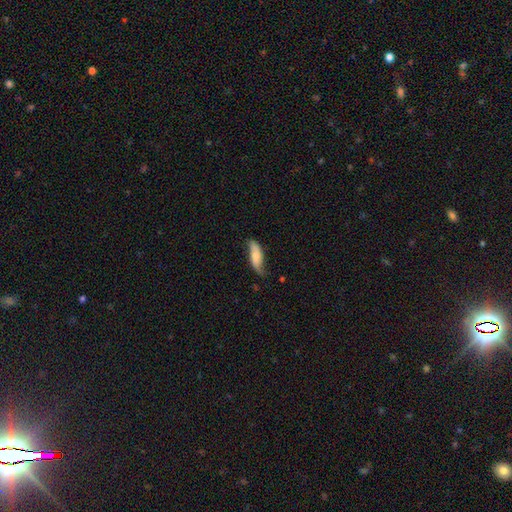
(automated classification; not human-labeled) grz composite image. It shows a smooth galaxy with no disk features (52%) that is in between round and cigar-shaped (61%). Merging: none (56%).